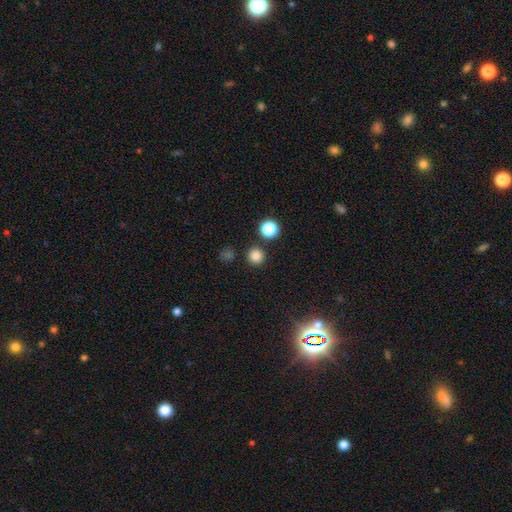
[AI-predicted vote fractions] Smooth or featured: smooth — 81% (star or artifact — 15%)
How rounded: round — 95% (in between — 4%)
Merging: none — 89% (minor disturbance — 5%)